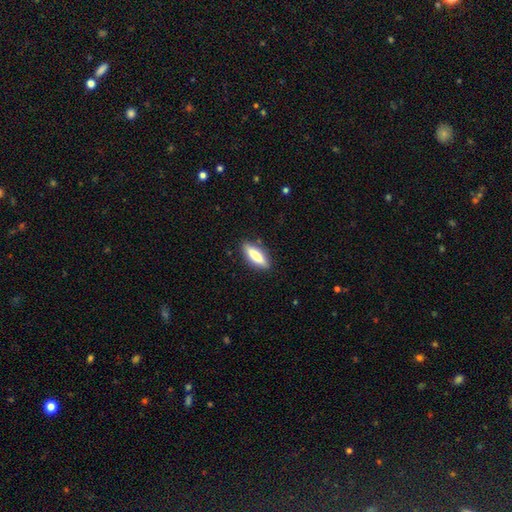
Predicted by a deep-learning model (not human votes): Smooth or featured: smooth — 73% (featured or disk — 21%)
How rounded: cigar-shaped — 57% (in between — 41%)
Merging: none — 87% (minor disturbance — 10%)